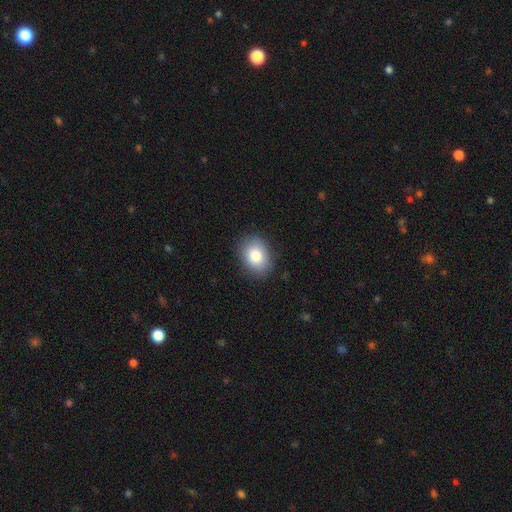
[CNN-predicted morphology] A smooth galaxy with no disk features (82%) that is in between round and cigar-shaped (67%). Merging: none (85%).